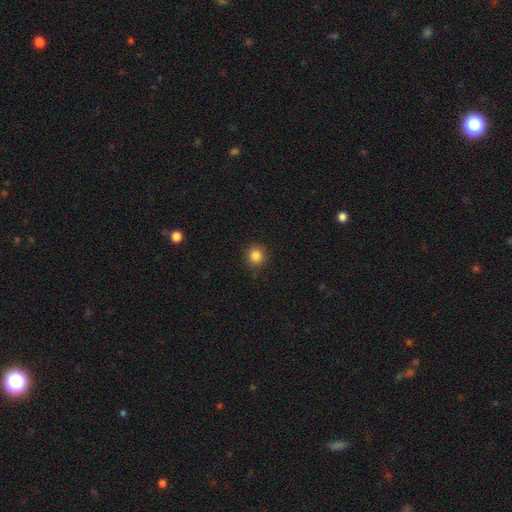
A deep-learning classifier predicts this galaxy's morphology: smooth 84%, star or artifact 12%, featured or disk 4%. Down the decision tree: how rounded — round (93%); merging — none (89%).